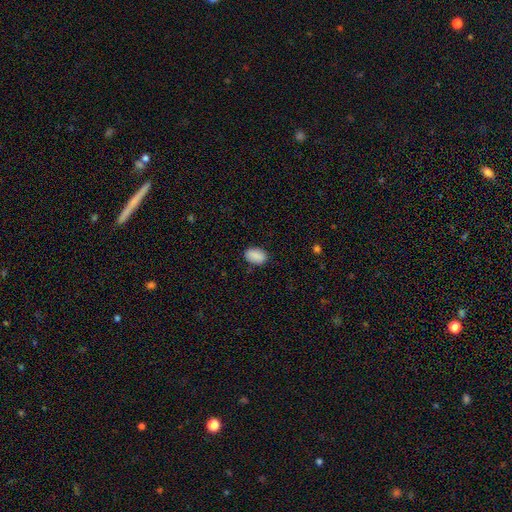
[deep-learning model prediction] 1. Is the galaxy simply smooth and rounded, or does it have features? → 90% smooth, 7% star or artifact, 3% featured or disk.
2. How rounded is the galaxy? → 89% in between, 10% round, 1% cigar-shaped.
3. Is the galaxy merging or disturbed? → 86% none, 11% minor disturbance, 2% major disturbance, 1% merger.